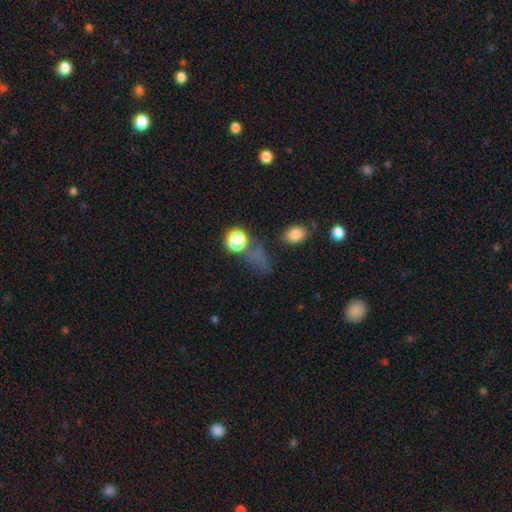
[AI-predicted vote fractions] The model was most divided on "how rounded": round: 54%, in between: 38%, cigar-shaped: 8%. More confident: smooth or featured — smooth (58%); merging — none (57%).